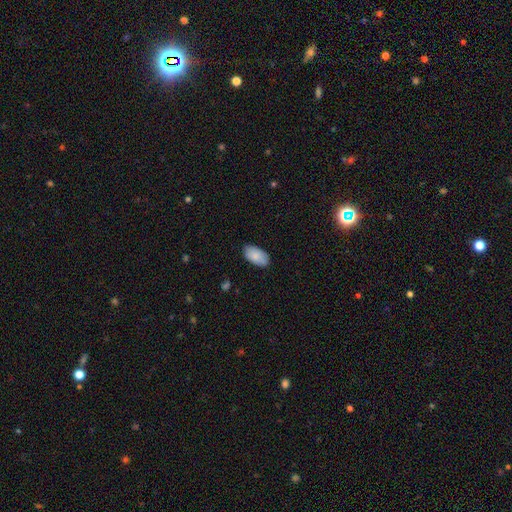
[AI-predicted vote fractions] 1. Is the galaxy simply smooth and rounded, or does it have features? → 85% smooth, 9% featured or disk, 6% star or artifact.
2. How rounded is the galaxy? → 95% in between, 3% round, 2% cigar-shaped.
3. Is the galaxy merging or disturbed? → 83% none, 14% minor disturbance, 2% major disturbance, 1% merger.